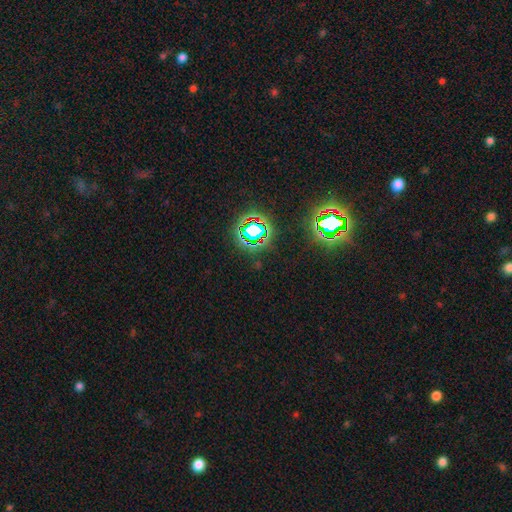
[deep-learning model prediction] Q: Smooth or featured?
A: star or artifact (80%); runner-up: smooth (13%)